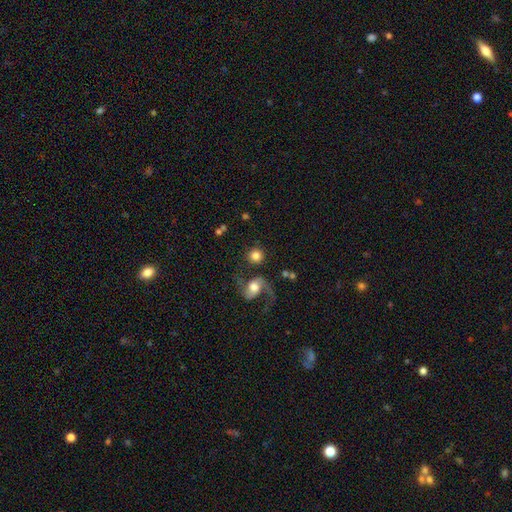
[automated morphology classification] Smooth or featured: smooth — 71% (featured or disk — 20%)
How rounded: round — 91% (in between — 8%)
Merging: none — 72% (merger — 11%)